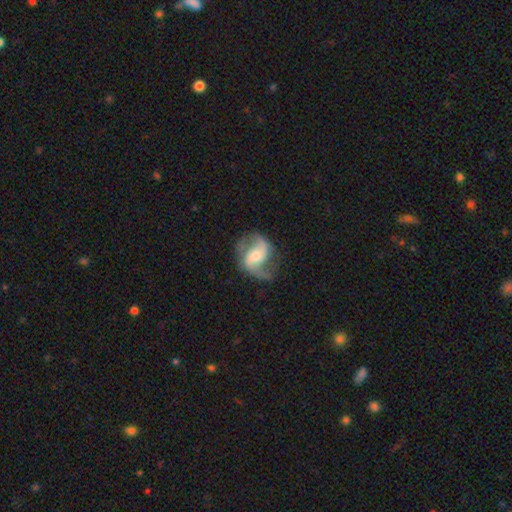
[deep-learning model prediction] Overall: featured or disk (84%). Edge-on disk: no (97%). Bar: weak (41%; no 39%). Spiral arms: yes (95%). Spiral arm count: 2 (89%). Spiral winding: loose (46%; medium 43%). Bulge size: moderate (50%; small 37%). Merging: none (68%).